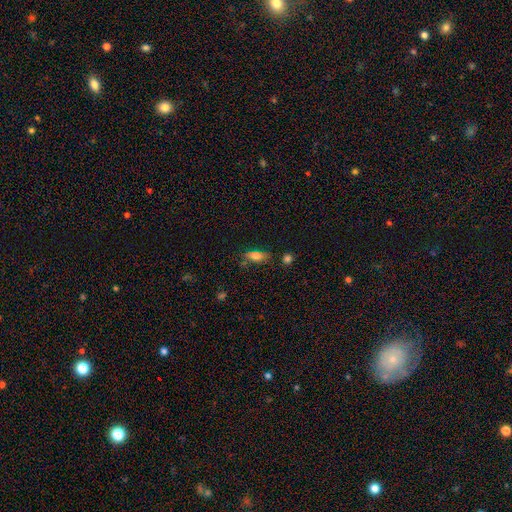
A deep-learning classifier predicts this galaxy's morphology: A smooth galaxy with no disk features (70%) that is in between round and cigar-shaped (69%).

Vote fractions:
- Smooth or featured? smooth: 70% / featured or disk: 21% / star or artifact: 9%
- How rounded? in between: 69% / cigar-shaped: 27% / round: 4%
- Merging? none: 70% / minor disturbance: 20% / major disturbance: 5% / merger: 5%